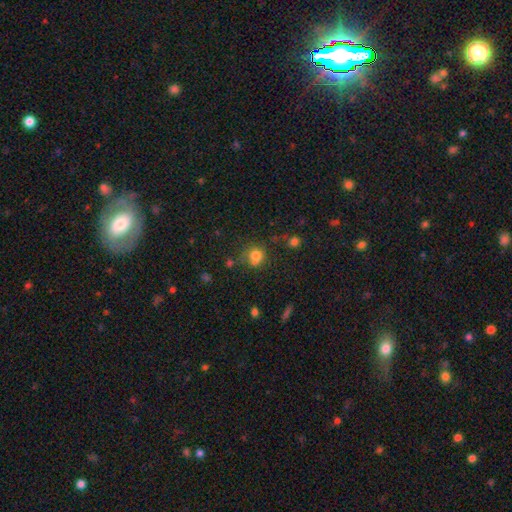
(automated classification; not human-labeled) Overall: smooth (75%). How rounded: round (72%). Merging: none (53%; minor disturbance 22%).